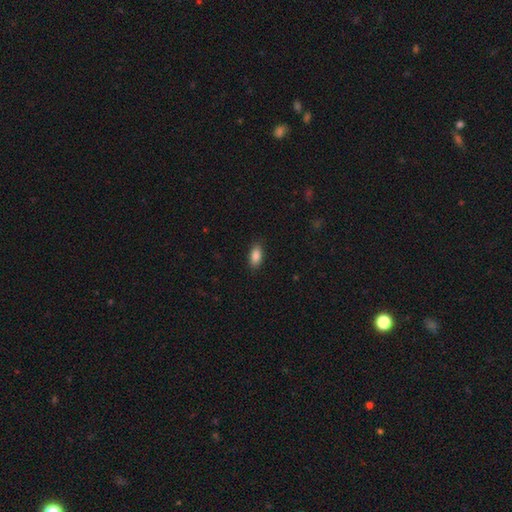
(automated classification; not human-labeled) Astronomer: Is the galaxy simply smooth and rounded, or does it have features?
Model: smooth — 88%.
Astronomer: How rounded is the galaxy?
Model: in between — 91%.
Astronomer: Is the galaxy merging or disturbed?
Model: none — 87%.